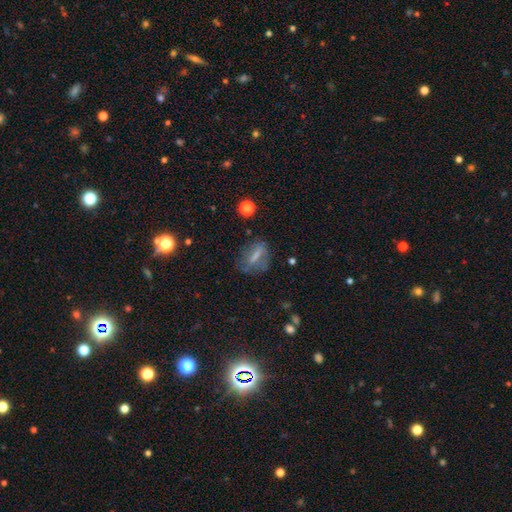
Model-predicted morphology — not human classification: smooth-or-featured: smooth: 53% | featured or disk: 33% | star or artifact: 14%
  how-rounded: in between: 49% | cigar-shaped: 37% | round: 15%
  merging: none: 62% | minor disturbance: 20% | major disturbance: 14% | merger: 3%